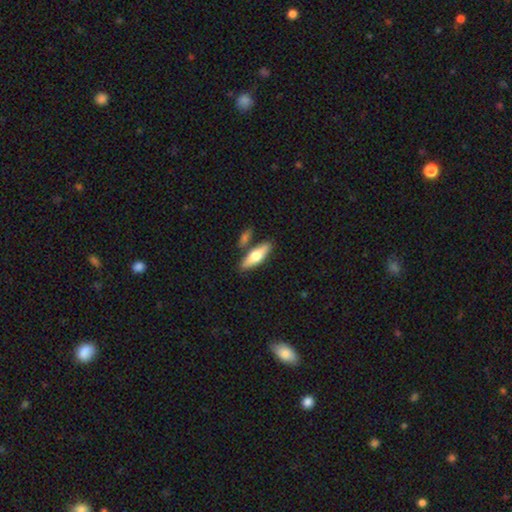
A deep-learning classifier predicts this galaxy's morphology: Overall: smooth (58%; featured or disk 36%). How rounded: in between (49%; cigar-shaped 48%). Merging: none (72%).